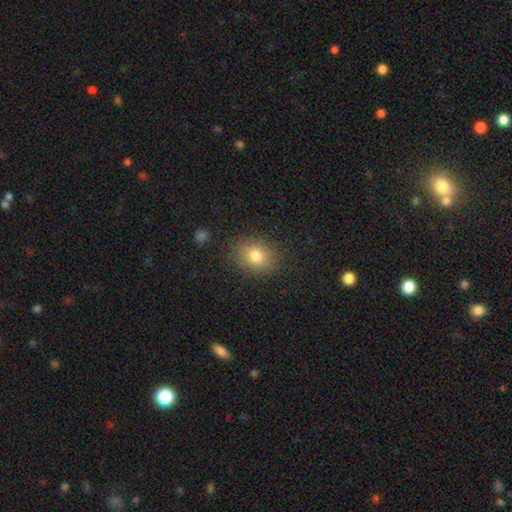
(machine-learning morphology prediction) The model was most divided on "how rounded": round: 51%, in between: 48%, cigar-shaped: 1%. More confident: merging — none (85%); smooth or featured — smooth (79%).